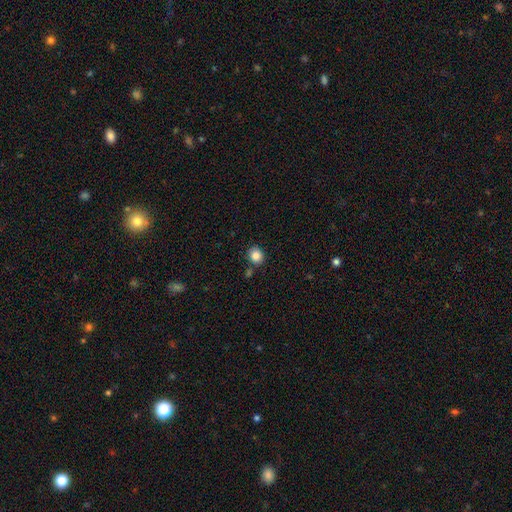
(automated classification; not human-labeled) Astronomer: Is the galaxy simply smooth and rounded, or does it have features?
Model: smooth — 83%.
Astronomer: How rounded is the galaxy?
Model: round — 77%.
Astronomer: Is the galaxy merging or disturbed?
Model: none — 79%.